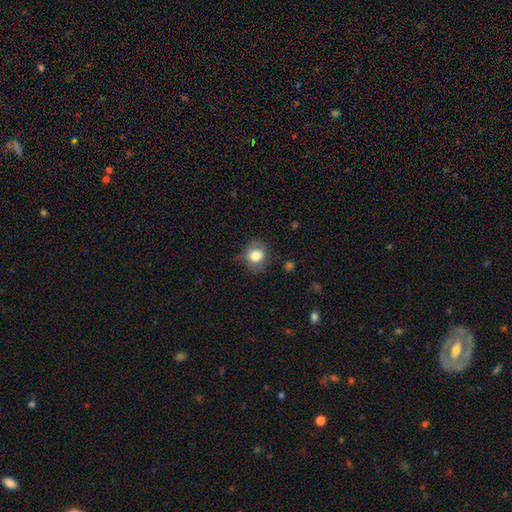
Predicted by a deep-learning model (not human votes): Overall: smooth (76%). How rounded: round (74%). Merging: none (66%).